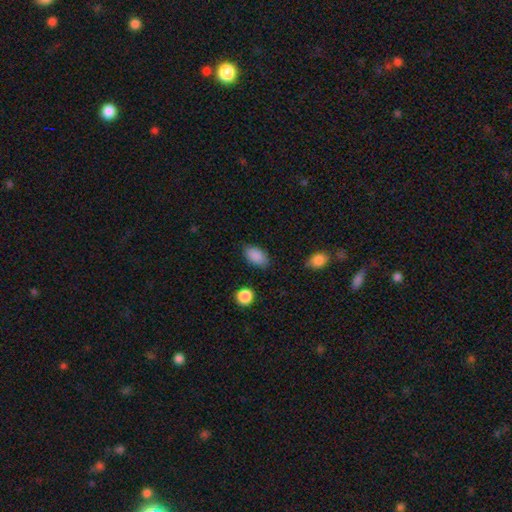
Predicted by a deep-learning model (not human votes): smooth 88%, star or artifact 8%, featured or disk 4%. Down the decision tree: how rounded — in between (92%); merging — none (84%).